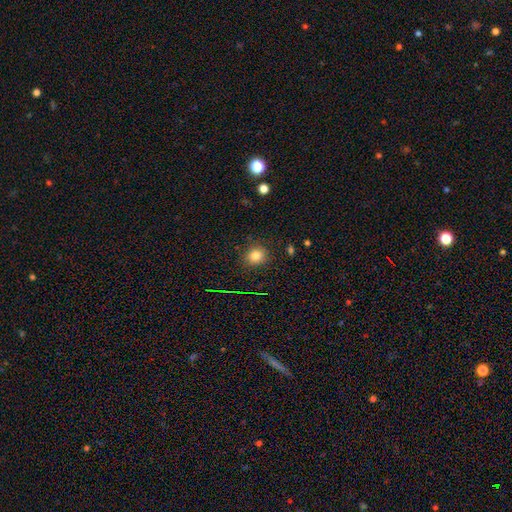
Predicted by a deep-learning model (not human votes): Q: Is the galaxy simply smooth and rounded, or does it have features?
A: smooth — 81%.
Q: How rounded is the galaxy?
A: round — 79%.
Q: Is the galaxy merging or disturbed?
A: none — 86%.